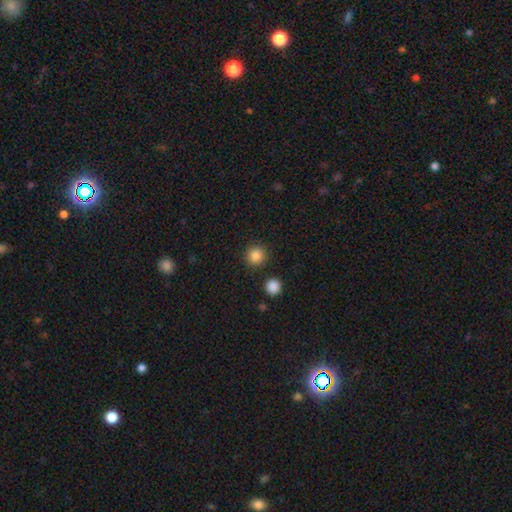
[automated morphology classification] type=smooth (86%); roundness=round (94%); merging=none (89%).